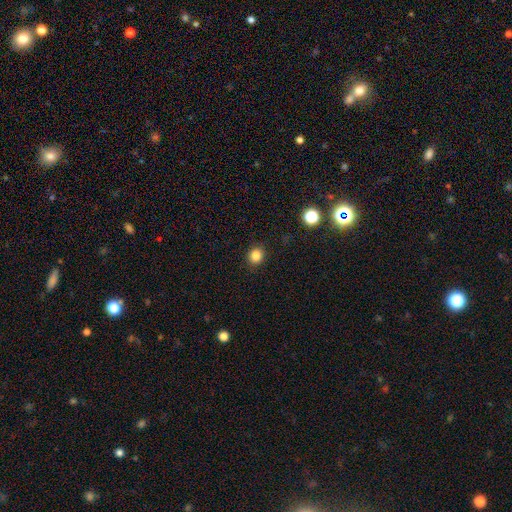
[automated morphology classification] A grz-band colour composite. It shows a smooth galaxy with no disk features (84%) that is round (81%). Merging: none (91%).